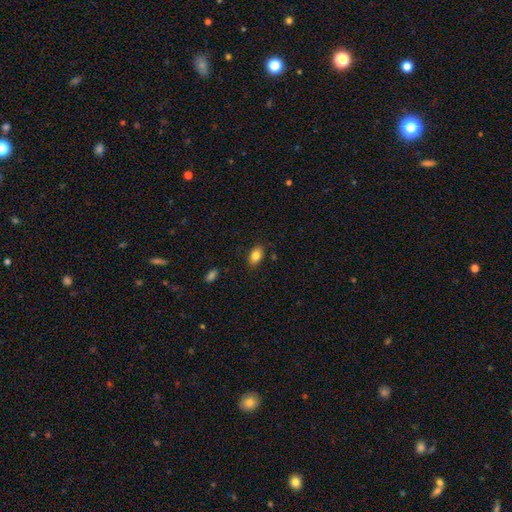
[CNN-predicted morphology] type=smooth (83%); roundness=in between (85%); merging=none (86%).